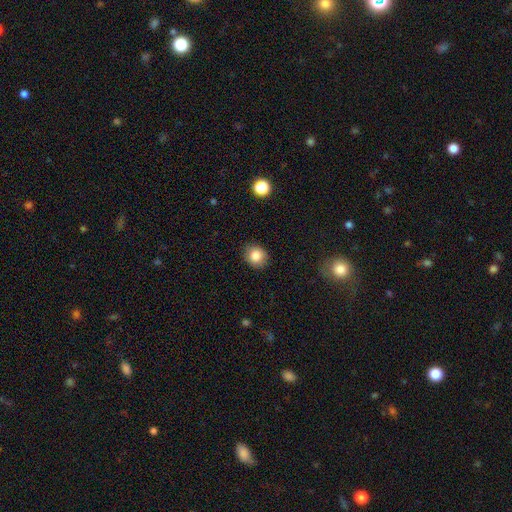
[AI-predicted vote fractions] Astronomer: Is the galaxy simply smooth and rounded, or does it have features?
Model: smooth — 85%.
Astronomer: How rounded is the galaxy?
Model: round — 72%.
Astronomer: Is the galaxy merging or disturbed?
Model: none — 87%.